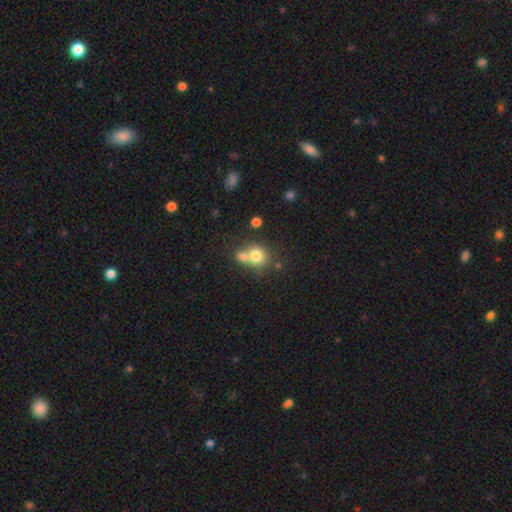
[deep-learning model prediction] This appears to be a smooth galaxy with no disk features (75%) that is round (77%). Merging: merger (50%).